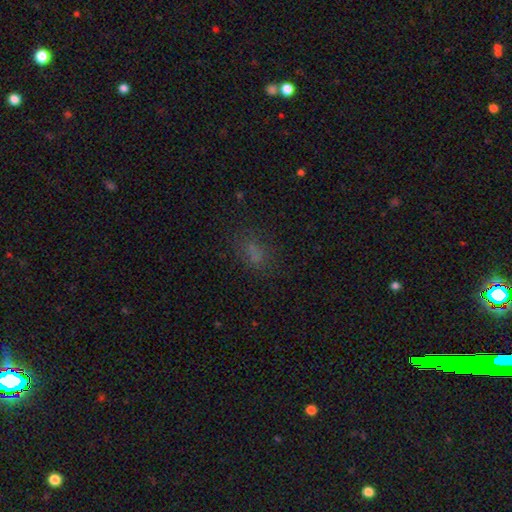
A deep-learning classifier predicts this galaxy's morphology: Smooth or featured? smooth (64%)
How rounded? in between (72%)
Merging? none (69%)